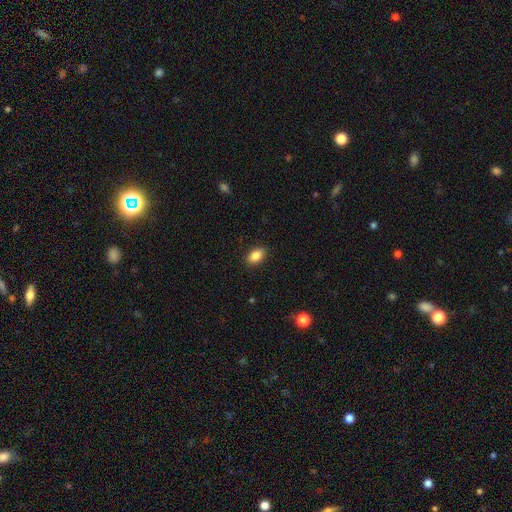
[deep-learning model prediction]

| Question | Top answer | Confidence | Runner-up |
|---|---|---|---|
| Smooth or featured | smooth | 87% | star or artifact (8%) |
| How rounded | in between | 89% | round (9%) |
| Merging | none | 89% | minor disturbance (8%) |